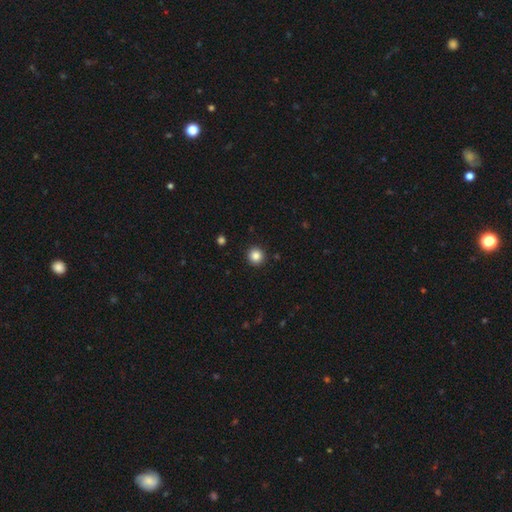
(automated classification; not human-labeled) smooth 86%, star or artifact 11%, featured or disk 4%. Down the decision tree: how rounded — round (95%); merging — none (92%).